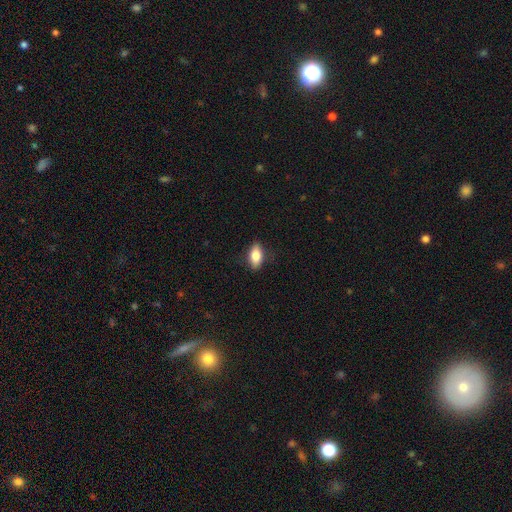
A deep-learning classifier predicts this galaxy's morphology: A smooth galaxy with no disk features (80%) that is in between round and cigar-shaped (86%).

Vote fractions:
- Smooth or featured? smooth: 80% / featured or disk: 13% / star or artifact: 7%
- How rounded? in between: 86% / cigar-shaped: 9% / round: 5%
- Merging? none: 84% / minor disturbance: 12% / major disturbance: 3% / merger: 1%